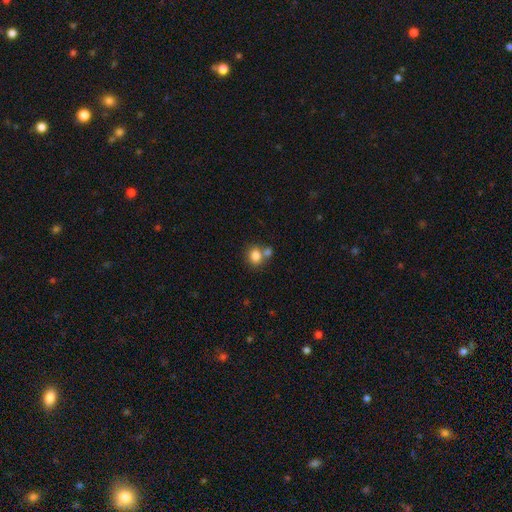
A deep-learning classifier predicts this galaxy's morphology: A smooth galaxy with no disk features (82%) that is round (62%). Merging: none (52%).